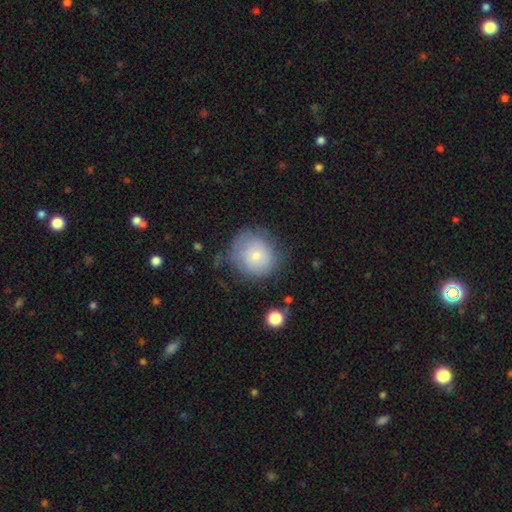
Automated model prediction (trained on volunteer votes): Smooth or featured? Predicted: smooth (p=0.67). How rounded? Predicted: round (p=0.89). Merging? Predicted: none (p=0.57).